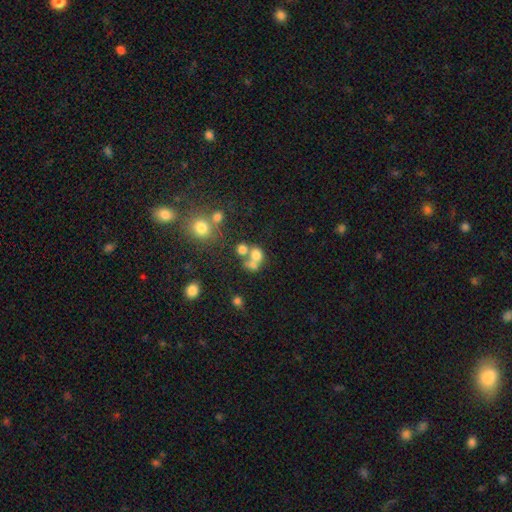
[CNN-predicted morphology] Q: Smooth or featured?
A: smooth (66%); runner-up: featured or disk (18%)
Q: How rounded?
A: round (69%); runner-up: in between (30%)
Q: Merging?
A: merger (49%); runner-up: none (35%)